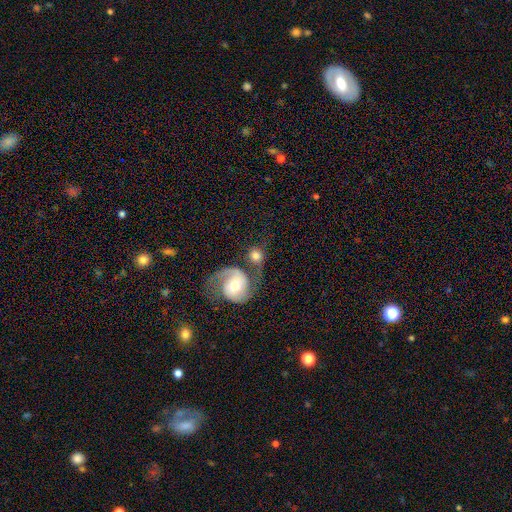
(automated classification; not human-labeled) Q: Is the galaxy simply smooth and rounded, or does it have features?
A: smooth — 52%.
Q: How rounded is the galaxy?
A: round — 81%.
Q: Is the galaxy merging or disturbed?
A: none — 42%.